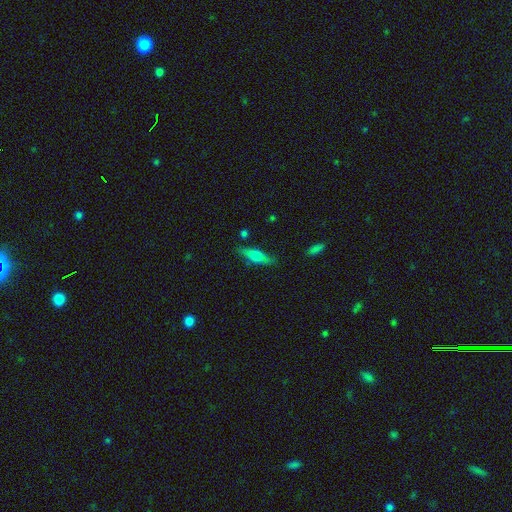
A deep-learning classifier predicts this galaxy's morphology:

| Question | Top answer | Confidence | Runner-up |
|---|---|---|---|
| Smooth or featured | smooth | 55% | featured or disk (38%) |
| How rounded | cigar-shaped | 58% | in between (39%) |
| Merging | none | 79% | minor disturbance (15%) |